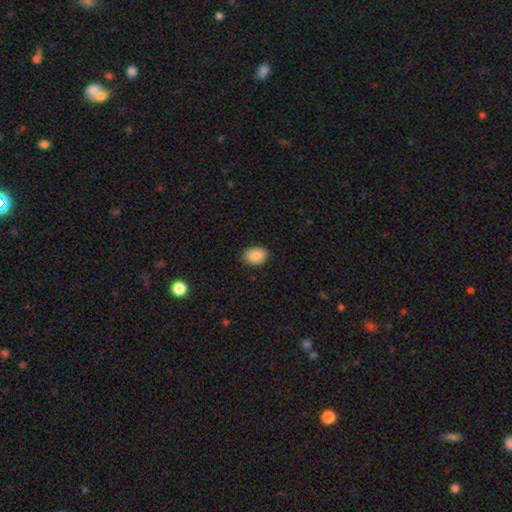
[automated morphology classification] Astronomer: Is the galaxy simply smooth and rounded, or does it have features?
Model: smooth — 89%.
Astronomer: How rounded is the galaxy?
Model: in between — 78%.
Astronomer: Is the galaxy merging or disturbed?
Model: none — 86%.